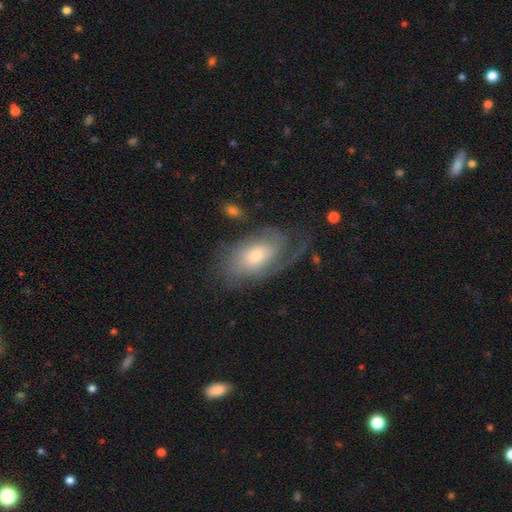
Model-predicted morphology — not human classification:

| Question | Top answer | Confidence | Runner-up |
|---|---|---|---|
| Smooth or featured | featured or disk | 65% | smooth (28%) |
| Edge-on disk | no | 94% | yes (6%) |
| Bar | no | 72% | weak (24%) |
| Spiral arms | yes | 84% | no (16%) |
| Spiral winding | tight | 42% | medium (35%) |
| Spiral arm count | can't tell | 33% | 1 (31%) |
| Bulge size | small | 49% | moderate (40%) |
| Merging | none | 51% | major disturbance (26%) |